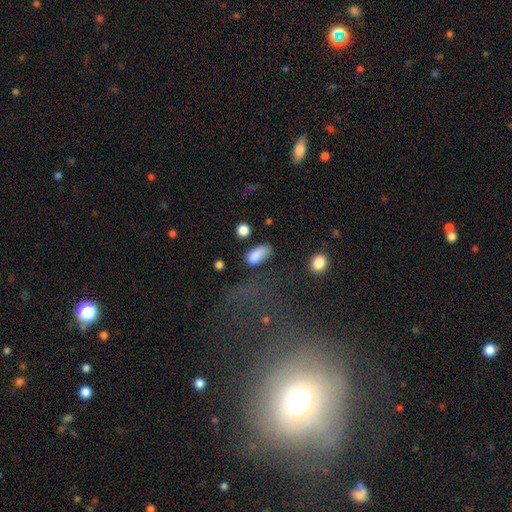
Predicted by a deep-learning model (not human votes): This appears to be a smooth galaxy with no disk features (82%) that is in between round and cigar-shaped (83%). Merging: none (54%).